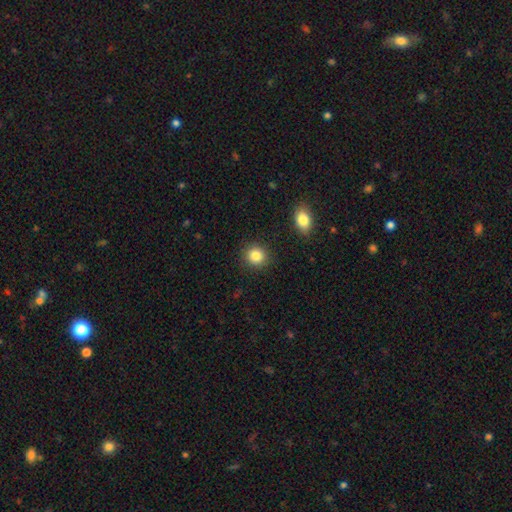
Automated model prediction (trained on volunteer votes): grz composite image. It shows a smooth galaxy with no disk features (85%) that is round (87%). Merging: none (90%).